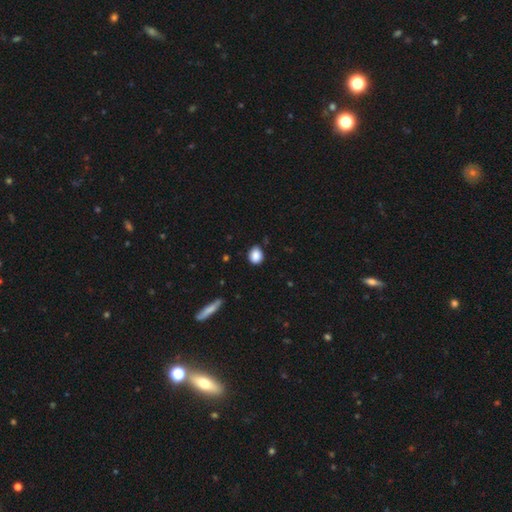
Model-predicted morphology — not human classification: Smooth or featured: smooth — 88% (star or artifact — 8%)
How rounded: round — 51% (in between — 48%)
Merging: none — 82% (minor disturbance — 14%)